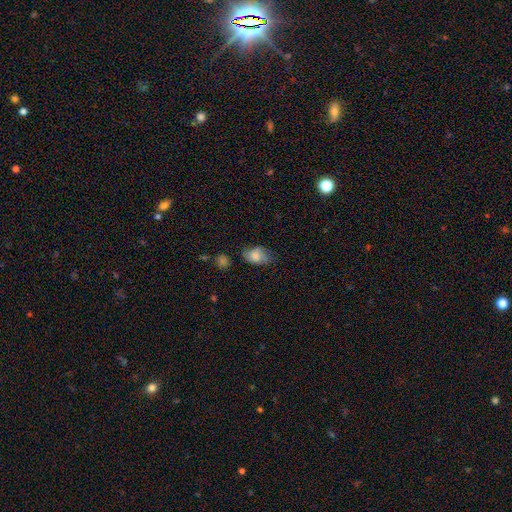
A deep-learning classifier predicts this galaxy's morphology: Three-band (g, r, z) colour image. It shows a smooth galaxy with no disk features (74%) that is in between round and cigar-shaped (83%). Merging: none (55%).